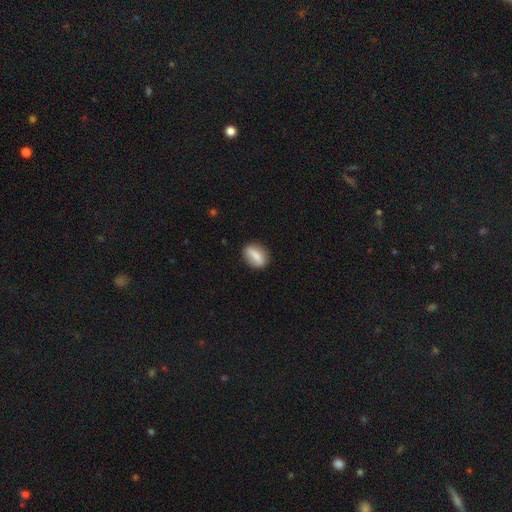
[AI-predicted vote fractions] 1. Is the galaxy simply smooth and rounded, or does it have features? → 72% smooth, 21% featured or disk, 7% star or artifact.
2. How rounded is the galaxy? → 72% in between, 18% round, 11% cigar-shaped.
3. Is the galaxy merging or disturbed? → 85% none, 11% minor disturbance, 3% major disturbance, 1% merger.